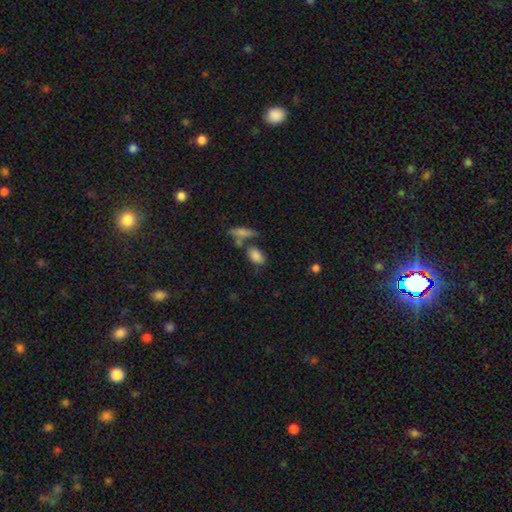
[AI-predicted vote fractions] This is clearly a smooth galaxy (83%). How rounded: clearly in between (88%). Merging: possibly none (55%).